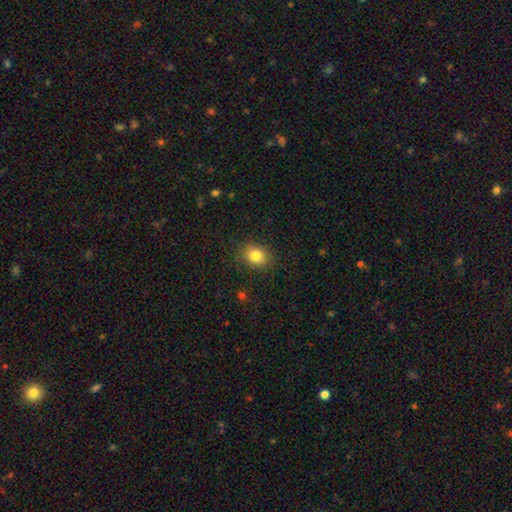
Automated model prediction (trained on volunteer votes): Q: Smooth or featured?
A: smooth (82%); runner-up: star or artifact (10%)
Q: How rounded?
A: round (53%); runner-up: in between (46%)
Q: Merging?
A: none (85%); runner-up: minor disturbance (10%)